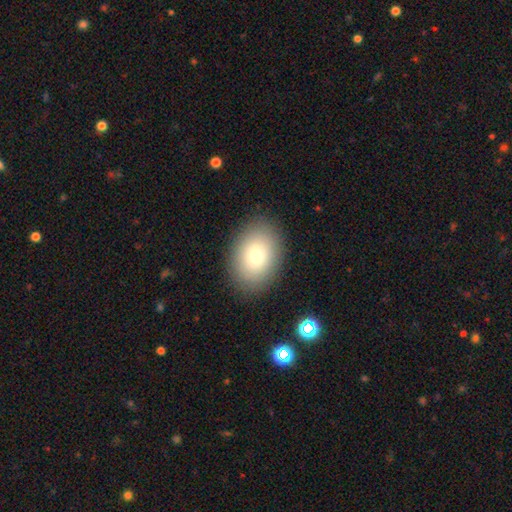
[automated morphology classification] A smooth galaxy with no disk features (79%) that is in between round and cigar-shaped (79%). Merging: none (87%).